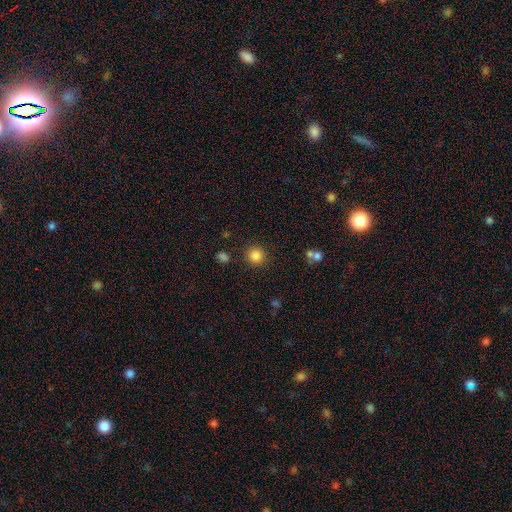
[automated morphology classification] Overall: smooth (85%). How rounded: round (94%). Merging: none (88%).